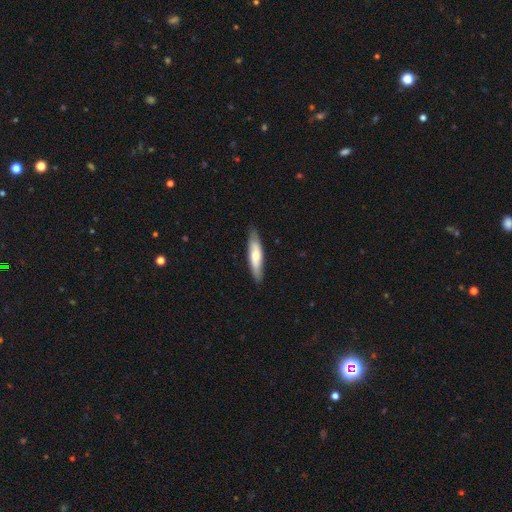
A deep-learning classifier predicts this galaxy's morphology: This appears to be a smooth galaxy with no disk features (60%) that is cigar-shaped (77%). Merging: none (87%).